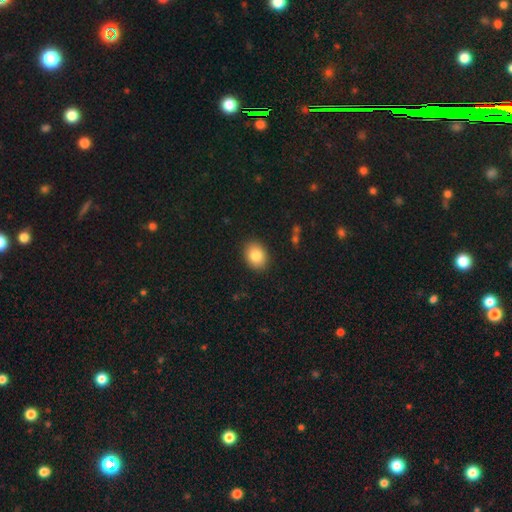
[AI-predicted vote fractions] smooth_or_featured: smooth (p=0.85) [alt: star or artifact p=0.08]
how_rounded: in between (p=0.59) [alt: round p=0.40]
merging: none (p=0.89) [alt: minor disturbance p=0.08]